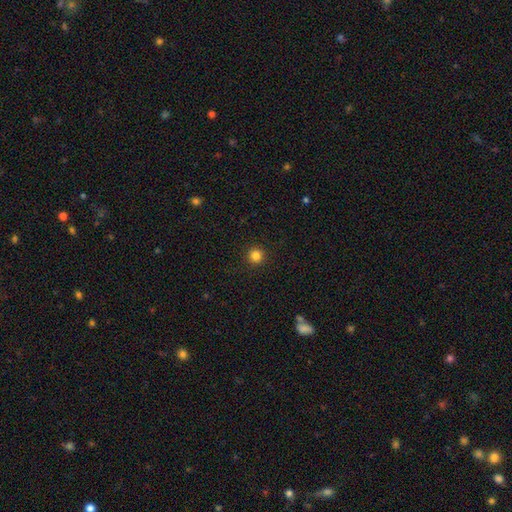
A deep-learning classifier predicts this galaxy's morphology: Q: Smooth or featured?
A: smooth (83%); runner-up: star or artifact (13%)
Q: How rounded?
A: round (96%); runner-up: in between (3%)
Q: Merging?
A: none (93%); runner-up: minor disturbance (4%)